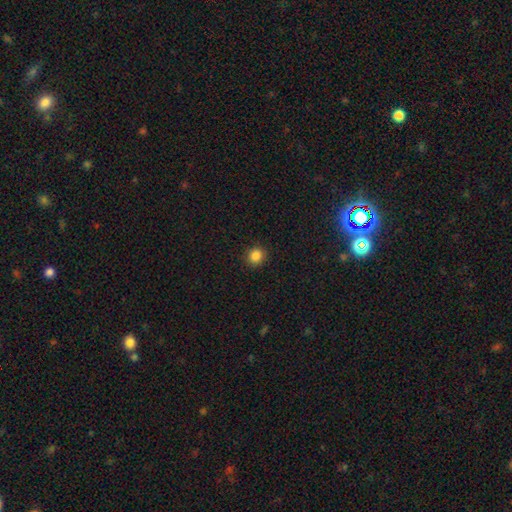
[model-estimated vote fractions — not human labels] A smooth galaxy with no disk features (86%) that is round (83%). Merging: none (91%).